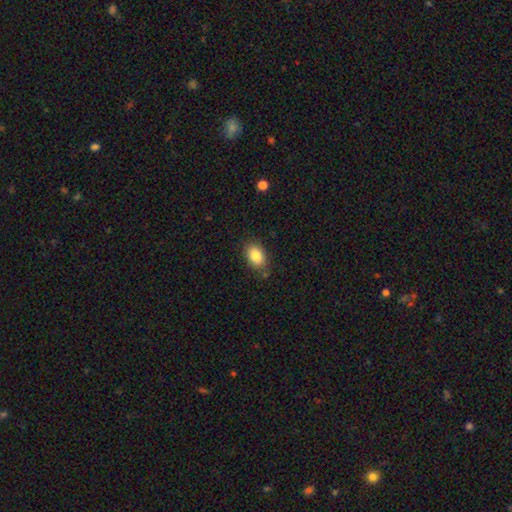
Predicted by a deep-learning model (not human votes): Smooth or featured: smooth — 86% (star or artifact — 8%)
How rounded: in between — 84% (round — 15%)
Merging: none — 79% (minor disturbance — 15%)